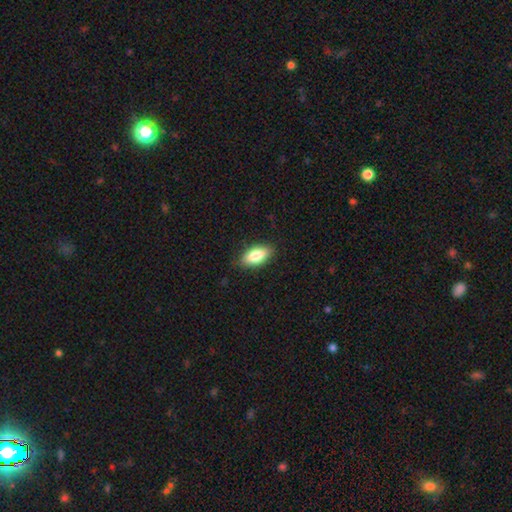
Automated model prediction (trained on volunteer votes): A smooth galaxy with no disk features (78%) that is in between round and cigar-shaped (87%).

Vote fractions:
- Smooth or featured? smooth: 78% / featured or disk: 15% / star or artifact: 7%
- How rounded? in between: 87% / cigar-shaped: 10% / round: 3%
- Merging? none: 84% / minor disturbance: 12% / major disturbance: 2% / merger: 1%